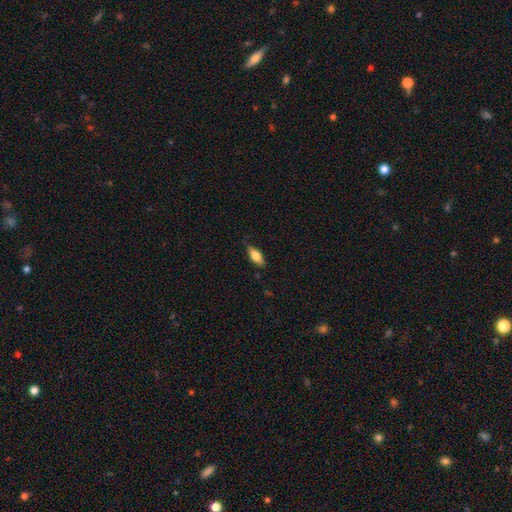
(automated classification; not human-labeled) Smooth or featured: smooth — 67% (featured or disk — 26%)
How rounded: in between — 73% (cigar-shaped — 24%)
Merging: none — 82% (minor disturbance — 14%)